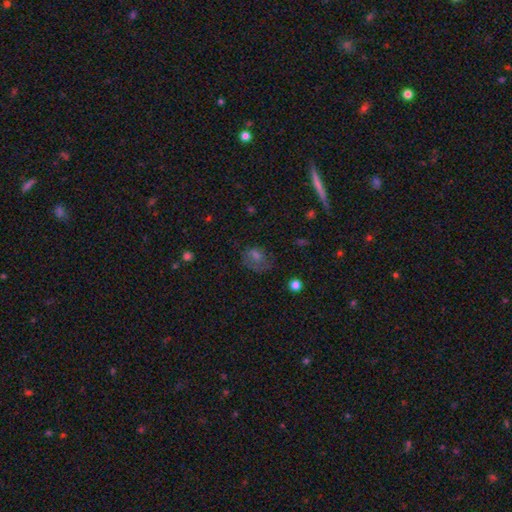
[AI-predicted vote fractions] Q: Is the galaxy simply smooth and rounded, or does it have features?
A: smooth — 50%.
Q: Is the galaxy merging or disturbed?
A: none — 53%.